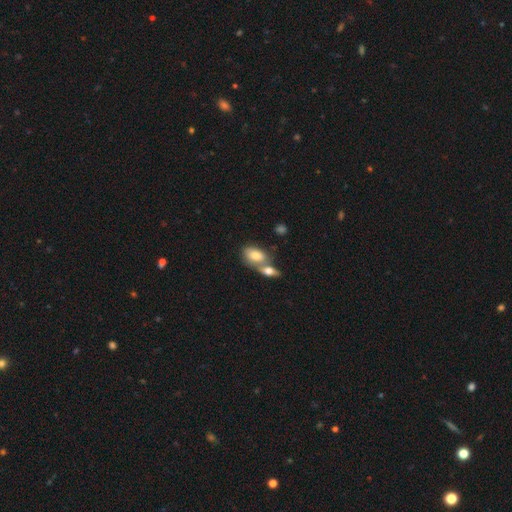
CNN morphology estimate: A smooth galaxy with no disk features (78%) that is in between round and cigar-shaped (89%).

Vote fractions:
- Smooth or featured? smooth: 78% / featured or disk: 16% / star or artifact: 7%
- How rounded? in between: 89% / round: 8% / cigar-shaped: 3%
- Merging? merger: 55% / none: 32% / minor disturbance: 9% / major disturbance: 4%